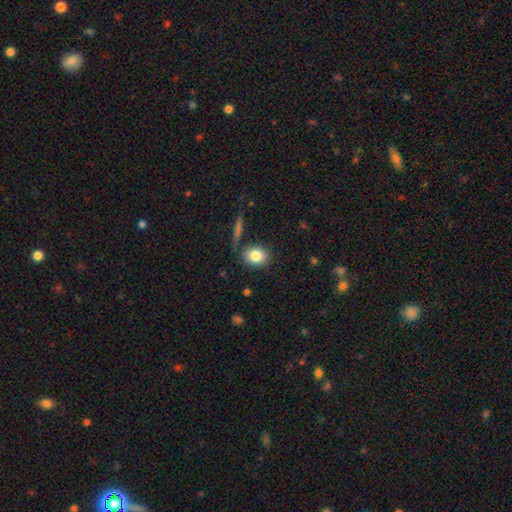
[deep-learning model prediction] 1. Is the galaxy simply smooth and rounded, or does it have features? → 83% smooth, 9% star or artifact, 9% featured or disk.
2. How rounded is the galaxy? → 54% round, 45% in between, 2% cigar-shaped.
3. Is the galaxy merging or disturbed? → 80% none, 11% minor disturbance, 5% merger, 3% major disturbance.